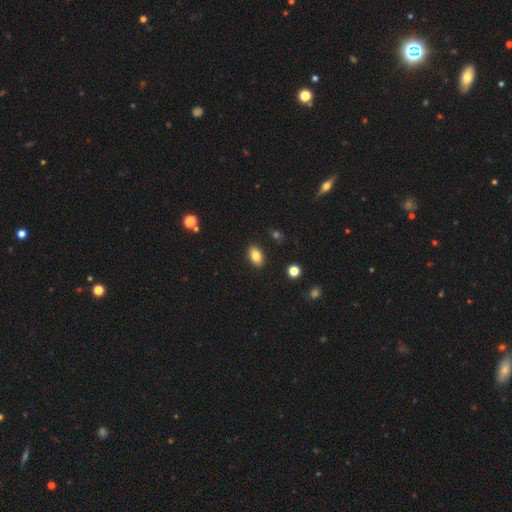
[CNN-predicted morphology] smooth-or-featured: smooth: 82% | featured or disk: 9% | star or artifact: 9%
  how-rounded: in between: 88% | round: 10% | cigar-shaped: 2%
  merging: none: 89% | minor disturbance: 8% | major disturbance: 2% | merger: 1%